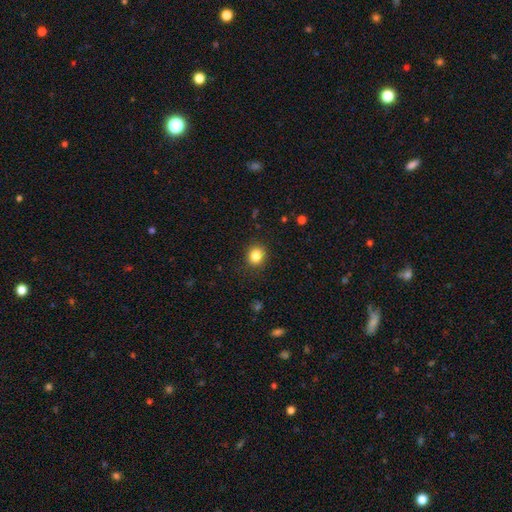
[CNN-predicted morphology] smooth_or_featured: smooth (p=0.84) [alt: star or artifact p=0.11]
how_rounded: round (p=0.75) [alt: in between p=0.24]
merging: none (p=0.88) [alt: minor disturbance p=0.09]